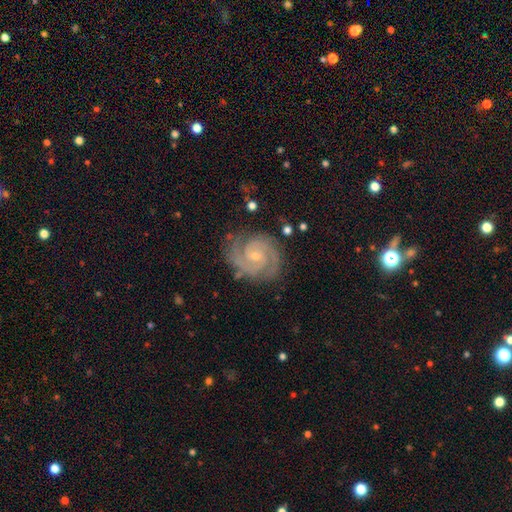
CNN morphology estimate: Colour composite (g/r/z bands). It shows a featured or disk galaxy (91%) with no bar (59%), 2 (69%) tight (68%) spiral arms (98%) and a small central bulge (67%). Merging: none (77%).